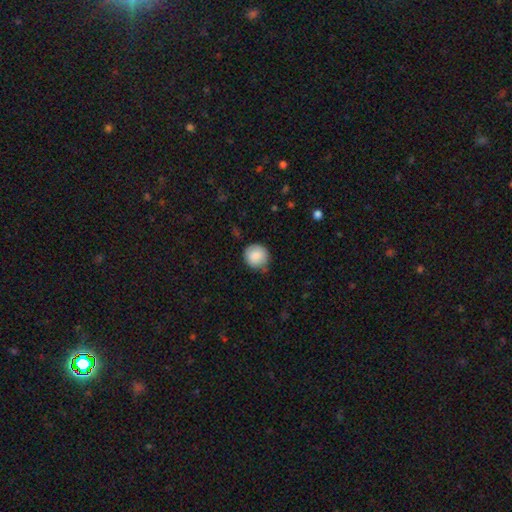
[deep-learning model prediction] smooth_or_featured: smooth (p=0.87) [alt: star or artifact p=0.07]
how_rounded: round (p=0.91) [alt: in between p=0.08]
merging: none (p=0.74) [alt: minor disturbance p=0.21]